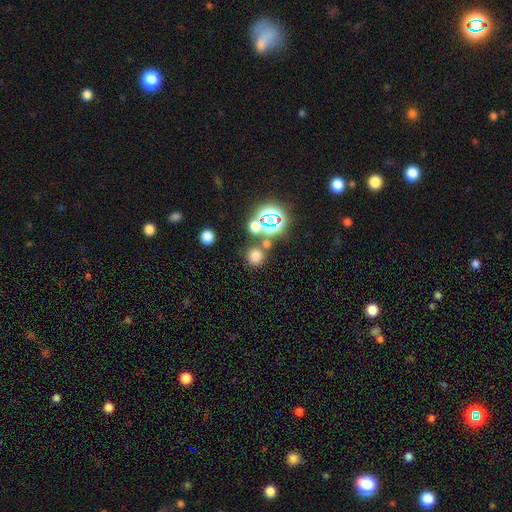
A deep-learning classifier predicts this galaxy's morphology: Overall: smooth (65%; star or artifact 28%). How rounded: round (89%). Merging: none (74%).